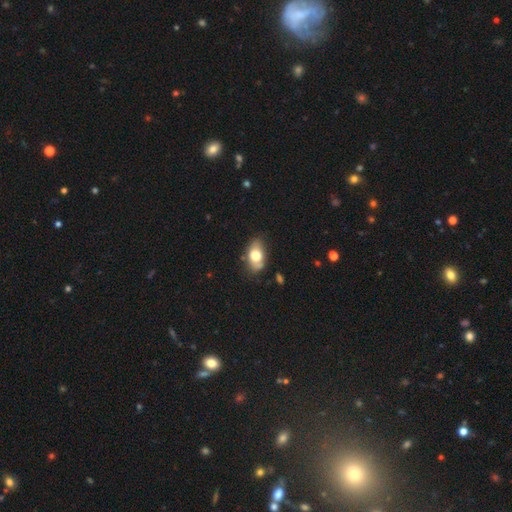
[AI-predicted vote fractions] smooth-or-featured: smooth: 70% | featured or disk: 22% | star or artifact: 8%
  how-rounded: in between: 86% | round: 11% | cigar-shaped: 2%
  merging: none: 67% | minor disturbance: 23% | major disturbance: 5% | merger: 4%